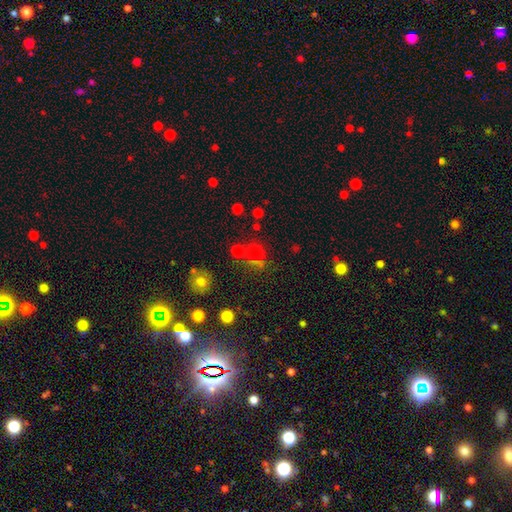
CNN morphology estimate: type=smooth (63%); roundness=round (86%); merging=none (65%).